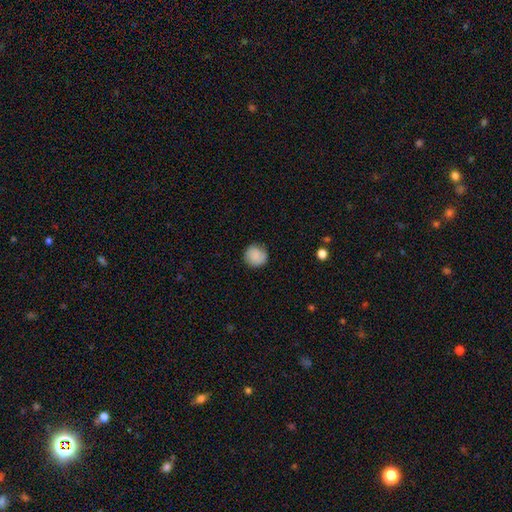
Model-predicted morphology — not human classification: type=smooth (85%); roundness=round (90%); merging=none (83%).